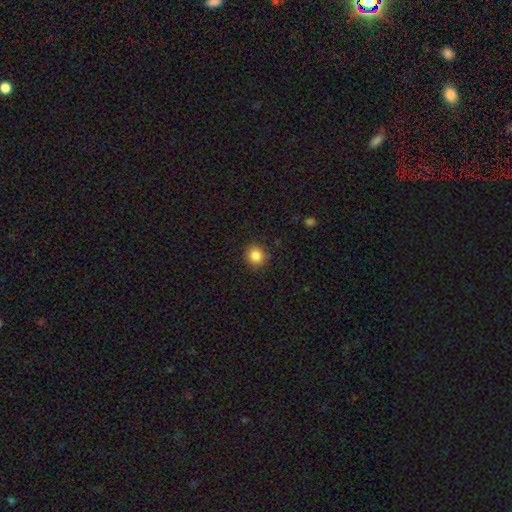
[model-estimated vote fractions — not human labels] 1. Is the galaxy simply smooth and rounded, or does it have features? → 86% smooth, 10% star or artifact, 4% featured or disk.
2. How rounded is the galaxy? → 85% round, 14% in between, 1% cigar-shaped.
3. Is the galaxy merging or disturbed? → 89% none, 7% minor disturbance, 2% major disturbance, 1% merger.